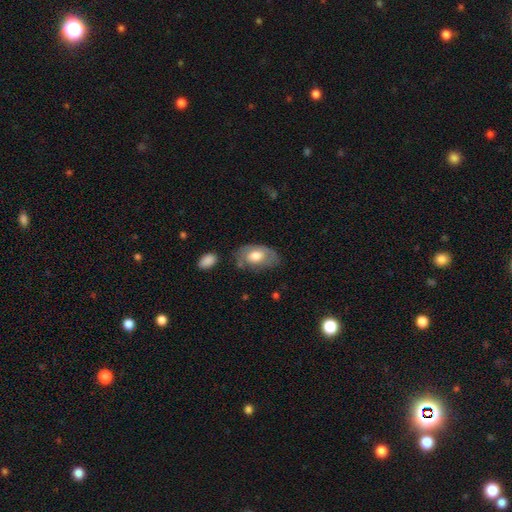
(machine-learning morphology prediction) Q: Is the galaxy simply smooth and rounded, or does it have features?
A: smooth — 62%.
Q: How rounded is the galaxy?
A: in between — 89%.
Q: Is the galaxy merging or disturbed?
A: none — 54%.